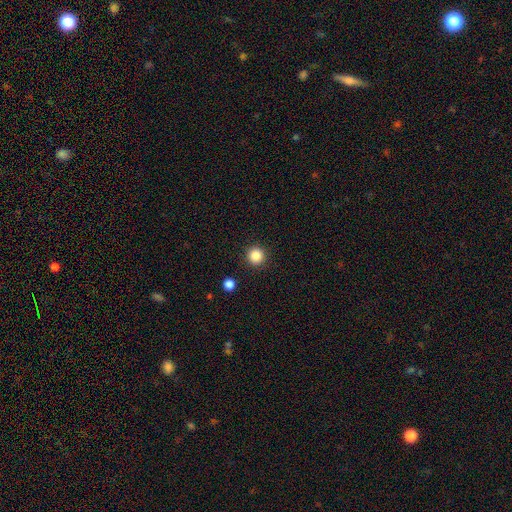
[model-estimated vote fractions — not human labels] Smooth or featured?
  - smooth: 86% *
  - star or artifact: 11%
  - featured or disk: 4%
How rounded?
  - round: 96% *
  - in between: 3%
  - cigar-shaped: 1%
Merging?
  - none: 92% *
  - minor disturbance: 5%
  - major disturbance: 2%
  - merger: 2%